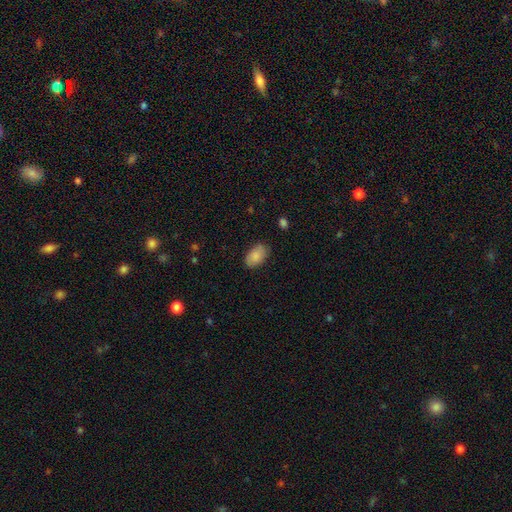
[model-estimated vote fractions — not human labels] A smooth galaxy with no disk features (87%) that is in between round and cigar-shaped (93%).

Vote fractions:
- Smooth or featured? smooth: 87% / featured or disk: 7% / star or artifact: 7%
- How rounded? in between: 93% / round: 5% / cigar-shaped: 2%
- Merging? none: 82% / minor disturbance: 14% / major disturbance: 3% / merger: 1%